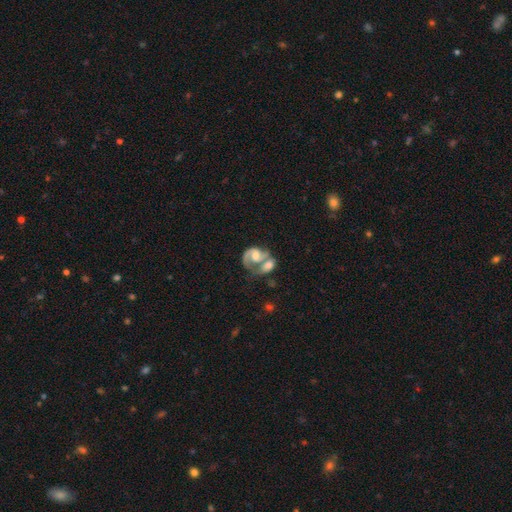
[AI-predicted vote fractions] Smooth or featured?
  - featured or disk: 75% *
  - smooth: 18%
  - star or artifact: 7%
Edge-on disk?
  - no: 98% *
  - yes: 2%
Bar?
  - no: 54% *
  - weak: 35%
  - strong: 11%
Spiral arms?
  - yes: 89% *
  - no: 11%
Spiral winding?
  - medium: 47% *
  - tight: 28%
  - loose: 24%
Spiral arm count?
  - 2: 63% *
  - 1: 28%
  - can't tell: 6%
  - 3: 1%
  - 4: 1%
  - more than 4: 1%
Bulge size?
  - moderate: 44% *
  - small: 23%
  - large: 18%
  - none: 12%
  - dominant: 3%
Merging?
  - merger: 62% *
  - none: 18%
  - major disturbance: 11%
  - minor disturbance: 9%